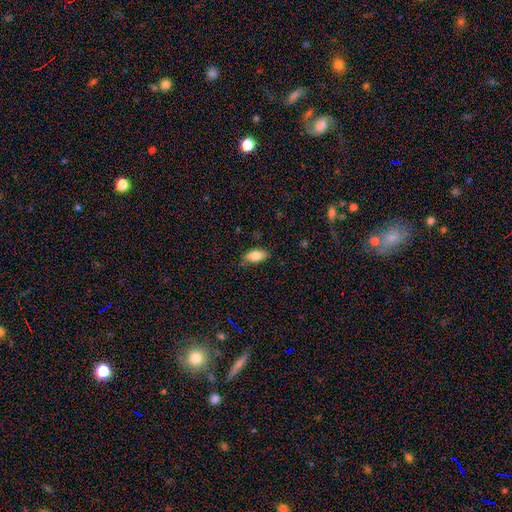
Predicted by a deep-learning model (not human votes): Overall: smooth (79%). How rounded: in between (87%). Merging: none (81%).